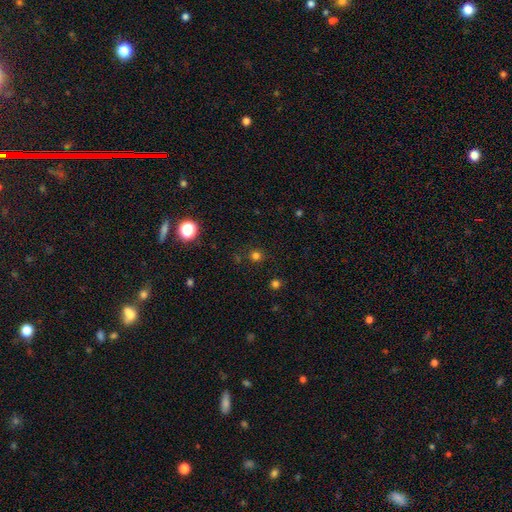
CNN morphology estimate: smooth-or-featured: smooth: 73% | star or artifact: 22% | featured or disk: 5%
  how-rounded: round: 93% | in between: 6% | cigar-shaped: 1%
  merging: none: 87% | minor disturbance: 8% | major disturbance: 3% | merger: 2%